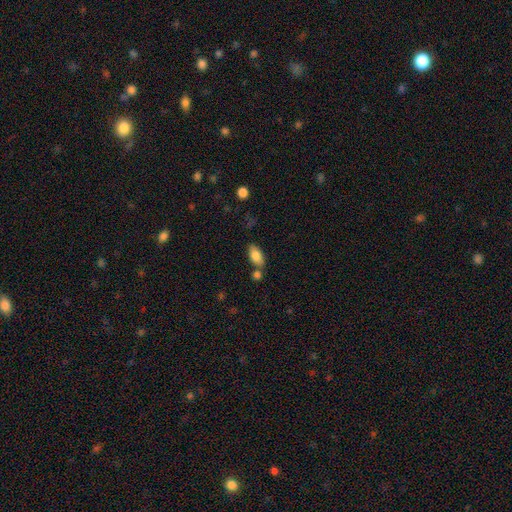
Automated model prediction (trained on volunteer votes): This appears to be a smooth galaxy with no disk features (83%) that is in between round and cigar-shaped (91%). Merging: none (67%).